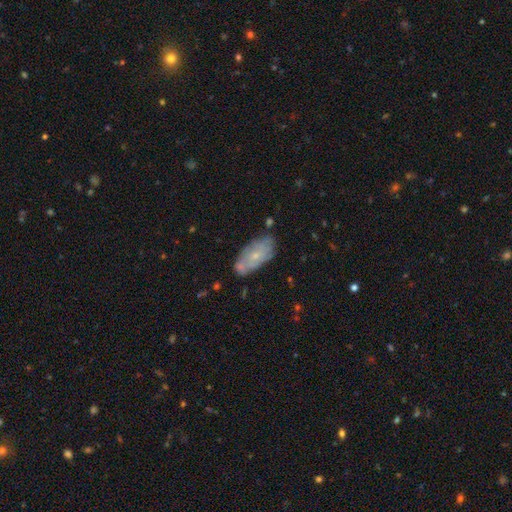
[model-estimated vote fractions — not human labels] Smooth or featured?
  - featured or disk: 49% *
  - smooth: 44%
  - star or artifact: 7%
Merging?
  - none: 62% *
  - minor disturbance: 24%
  - merger: 8%
  - major disturbance: 6%